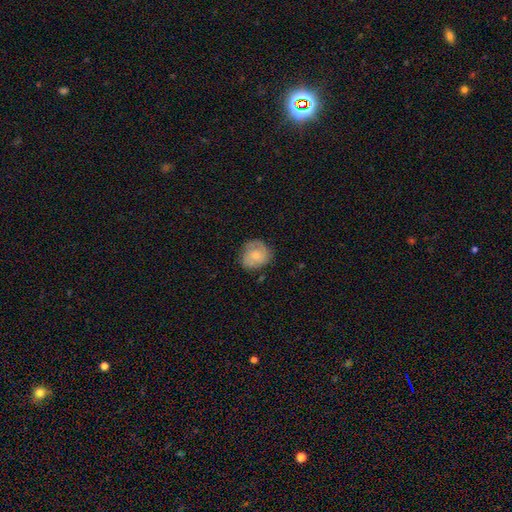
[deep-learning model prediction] Q: Smooth or featured?
A: smooth (61%); runner-up: featured or disk (32%)
Q: How rounded?
A: round (80%); runner-up: in between (19%)
Q: Merging?
A: none (68%); runner-up: minor disturbance (23%)